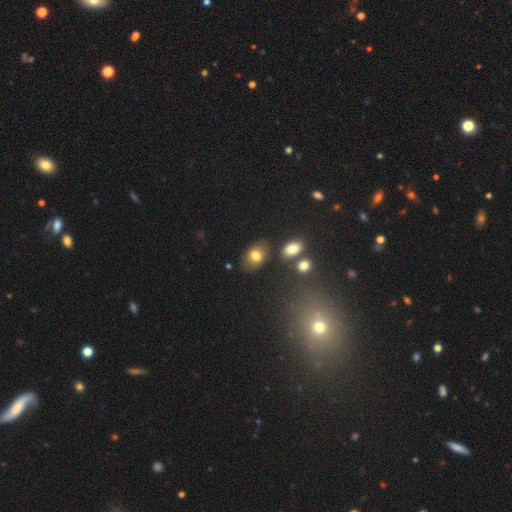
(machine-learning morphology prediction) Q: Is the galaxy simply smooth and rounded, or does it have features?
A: smooth — 78%.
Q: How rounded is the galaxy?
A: in between — 77%.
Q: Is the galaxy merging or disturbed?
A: none — 75%.